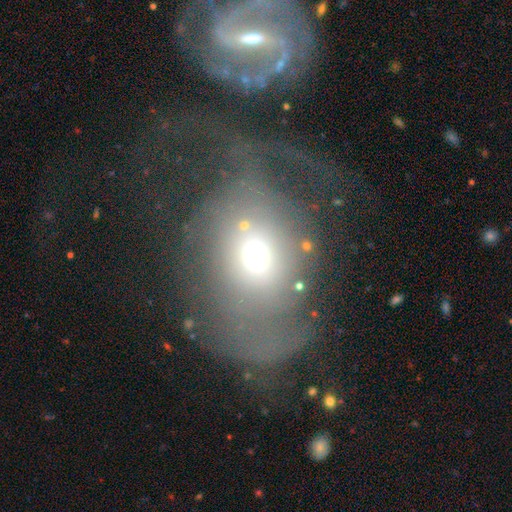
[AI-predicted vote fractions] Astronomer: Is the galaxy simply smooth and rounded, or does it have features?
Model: smooth — 47% (runner-up: featured or disk, 39%).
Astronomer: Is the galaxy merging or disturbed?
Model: major disturbance — 61%.